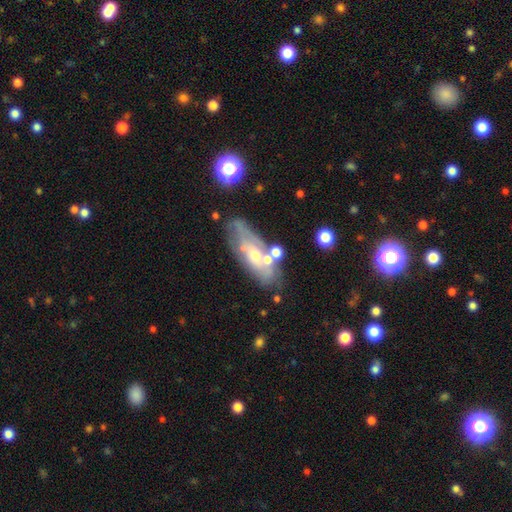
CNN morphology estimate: smooth-or-featured: featured or disk: 60% | smooth: 31% | star or artifact: 10%
  disk-edge-on: no: 81% | yes: 19%
  merging: none: 48% | minor disturbance: 23% | merger: 15% | major disturbance: 14%